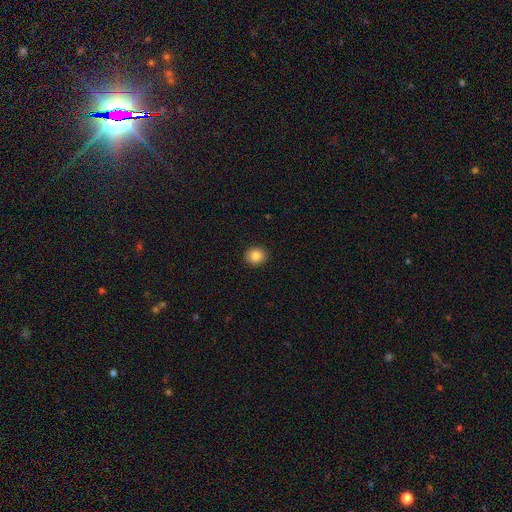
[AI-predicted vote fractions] Q: Smooth or featured?
A: smooth (85%); runner-up: star or artifact (10%)
Q: How rounded?
A: round (82%); runner-up: in between (17%)
Q: Merging?
A: none (91%); runner-up: minor disturbance (6%)